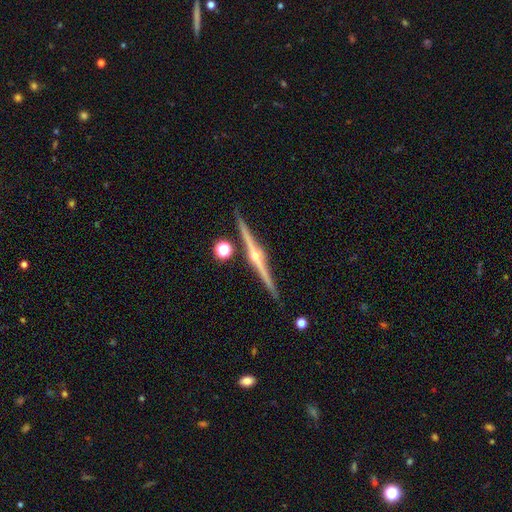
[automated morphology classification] Overall: featured or disk (89%). Edge-on disk: yes (99%). Edge-on bulge: rounded (92%). Merging: none (90%).